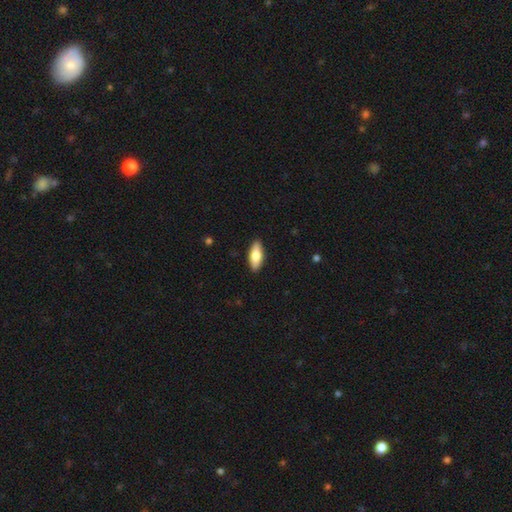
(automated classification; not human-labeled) Q: Smooth or featured?
A: smooth (70%); runner-up: featured or disk (24%)
Q: How rounded?
A: in between (70%); runner-up: cigar-shaped (28%)
Q: Merging?
A: none (90%); runner-up: minor disturbance (8%)